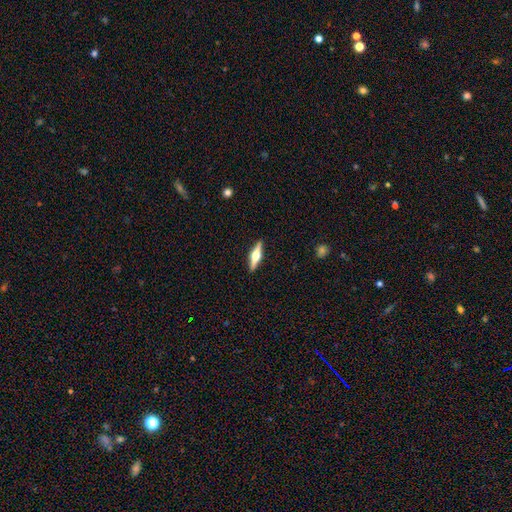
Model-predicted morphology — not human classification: This is likely a featured or disk galaxy (71%). It is clearly viewed edge-on (97%). Edge-on bulge: clearly rounded (96%). Merging: clearly none (91%).